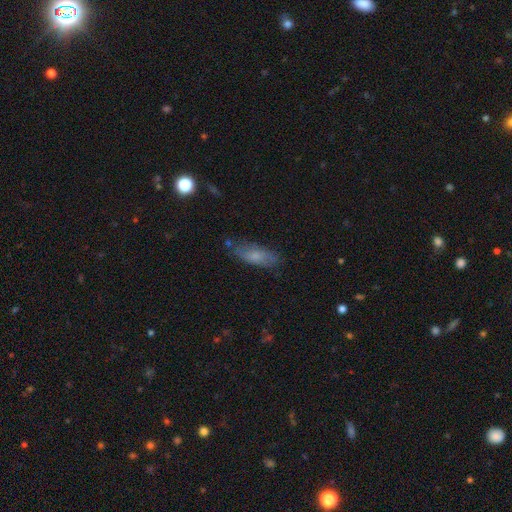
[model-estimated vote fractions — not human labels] Smooth or featured? smooth (69%)
How rounded? in between (60%)
Merging? none (74%)